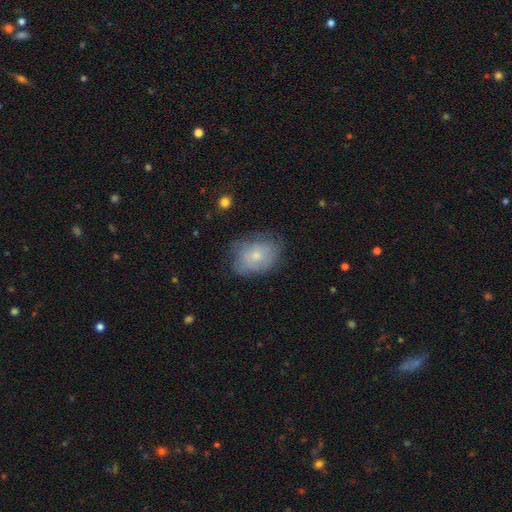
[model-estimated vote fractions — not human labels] Smooth or featured? smooth (61%)
How rounded? in between (72%)
Merging? none (60%)